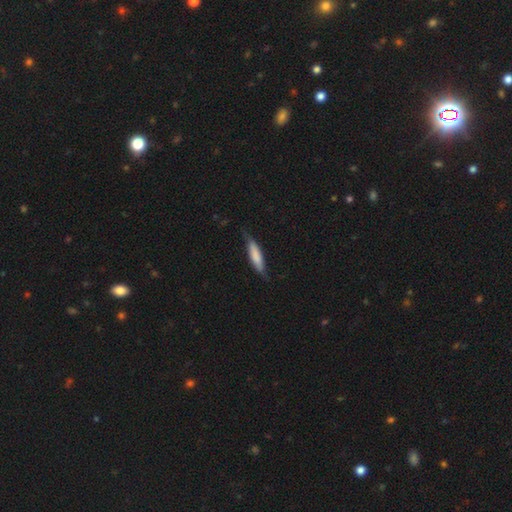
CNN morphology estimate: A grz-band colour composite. It shows a smooth galaxy with no disk features (69%) that is cigar-shaped (72%). Merging: none (69%).